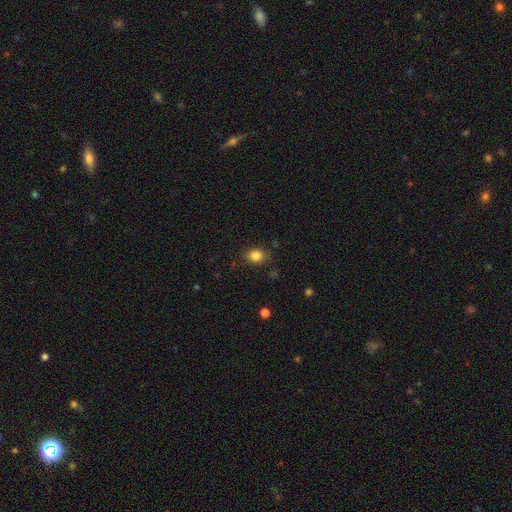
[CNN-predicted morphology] type=smooth (84%); roundness=in between (56%); merging=none (84%).